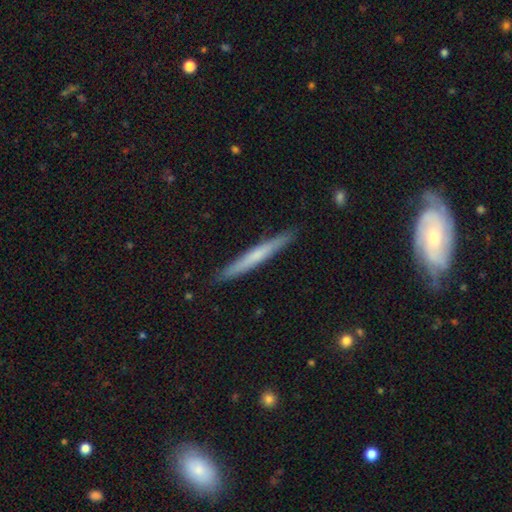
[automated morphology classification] smooth 52%, featured or disk 43%, star or artifact 6%. Down the decision tree: how rounded — cigar-shaped (97%); merging — none (90%).